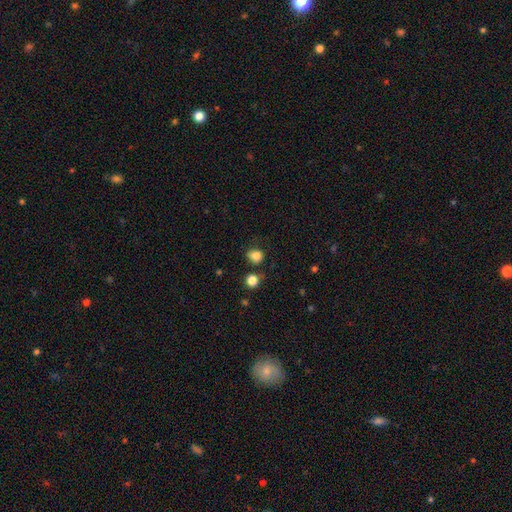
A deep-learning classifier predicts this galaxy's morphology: This is clearly a smooth galaxy (83%). How rounded: likely round (75%). Merging: likely none (76%).